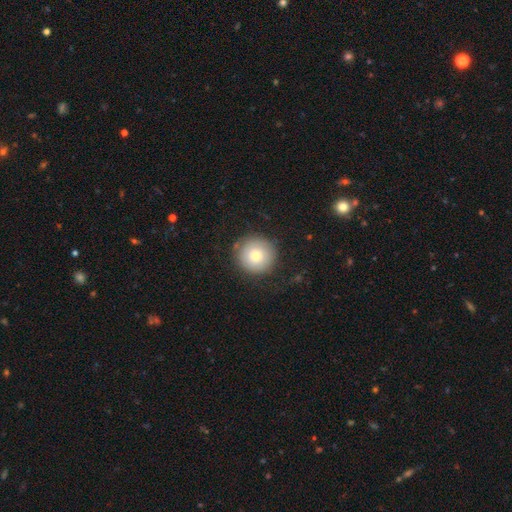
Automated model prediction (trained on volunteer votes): This is likely a smooth galaxy (74%). How rounded: clearly round (96%). Merging: clearly none (83%).